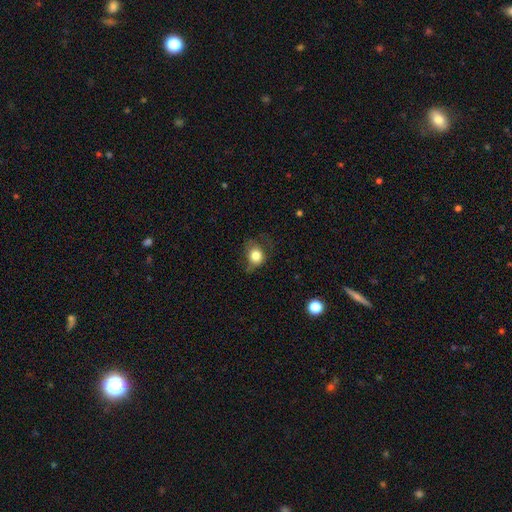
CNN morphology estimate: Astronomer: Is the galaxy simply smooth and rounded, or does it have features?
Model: smooth — 78%.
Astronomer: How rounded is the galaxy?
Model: round — 65%.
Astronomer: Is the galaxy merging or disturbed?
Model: none — 44% (runner-up: minor disturbance, 31%).